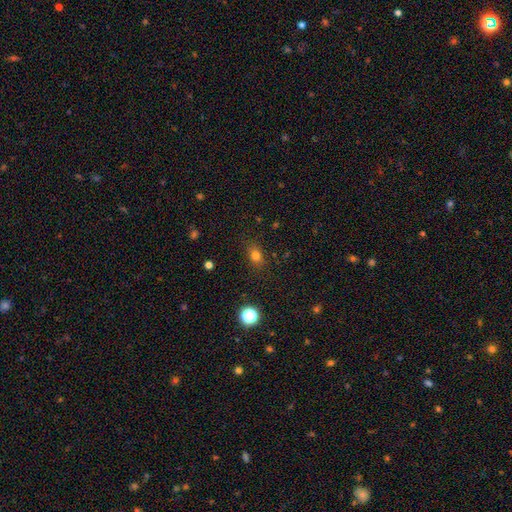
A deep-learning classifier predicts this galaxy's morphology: Smooth or featured? smooth (77%)
How rounded? in between (64%)
Merging? none (82%)